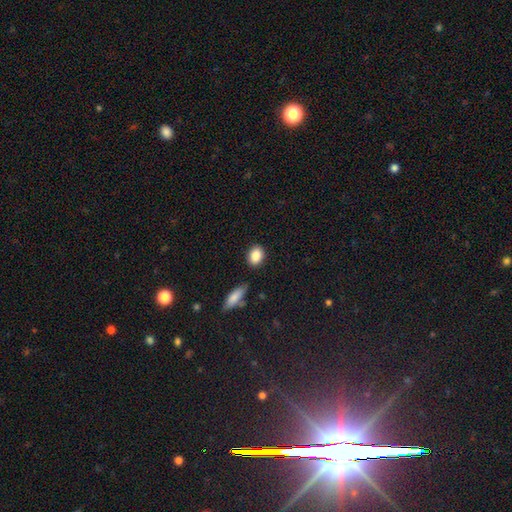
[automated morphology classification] Smooth or featured? smooth (87%)
How rounded? in between (70%)
Merging? none (84%)